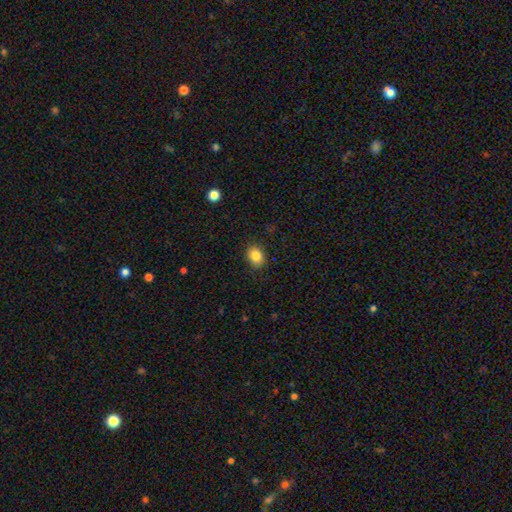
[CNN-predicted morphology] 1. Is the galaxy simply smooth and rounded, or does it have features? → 85% smooth, 9% star or artifact, 6% featured or disk.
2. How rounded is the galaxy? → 55% in between, 44% round, 1% cigar-shaped.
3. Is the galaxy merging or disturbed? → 88% none, 8% minor disturbance, 2% major disturbance, 1% merger.